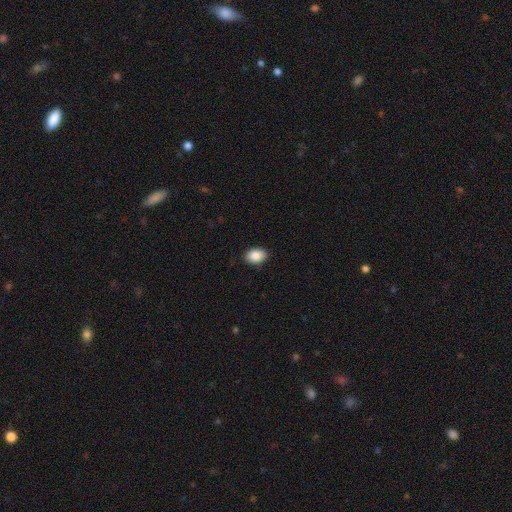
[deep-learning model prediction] A smooth galaxy with no disk features (89%) that is in between round and cigar-shaped (83%).

Vote fractions:
- Smooth or featured? smooth: 89% / star or artifact: 7% / featured or disk: 4%
- How rounded? in between: 83% / round: 16% / cigar-shaped: 1%
- Merging? none: 89% / minor disturbance: 8% / major disturbance: 2% / merger: 1%